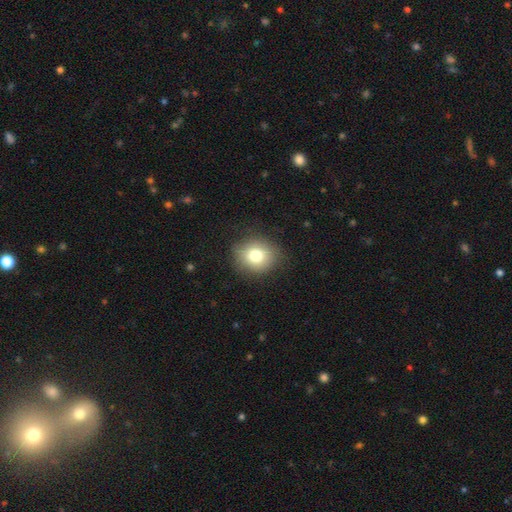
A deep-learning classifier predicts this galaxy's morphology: This appears to be a smooth galaxy with no disk features (78%) that is round (74%). Merging: none (84%).